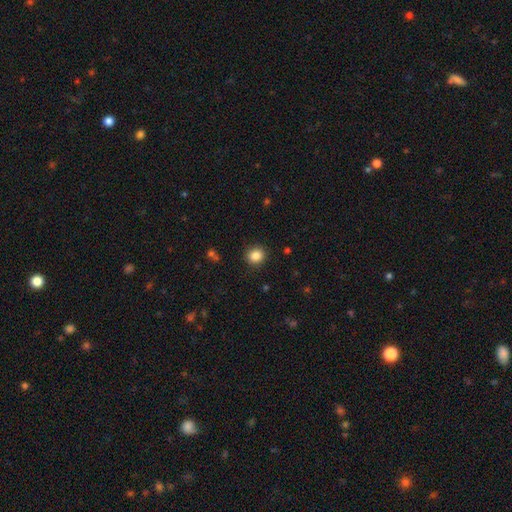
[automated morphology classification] Smooth or featured: smooth — 86% (star or artifact — 10%)
How rounded: round — 81% (in between — 18%)
Merging: none — 90% (minor disturbance — 7%)